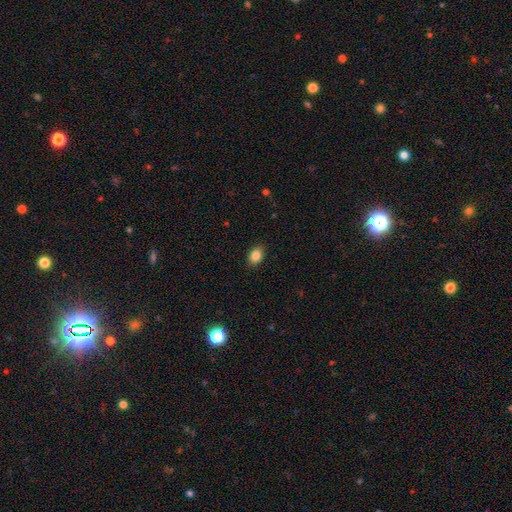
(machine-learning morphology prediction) Smooth or featured? smooth (85%)
How rounded? in between (77%)
Merging? none (88%)